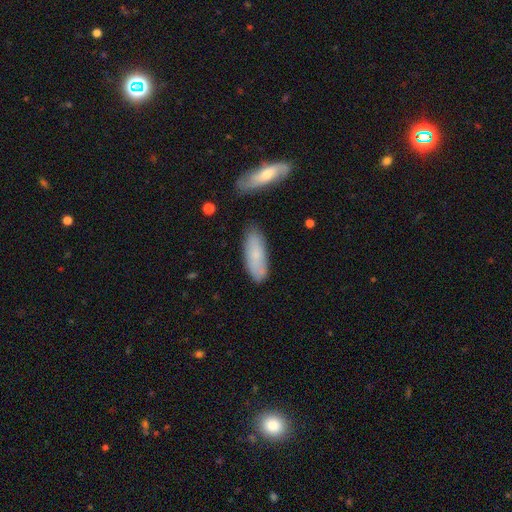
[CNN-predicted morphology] A smooth galaxy with no disk features (73%) that is in between round and cigar-shaped (68%). Merging: none (76%).